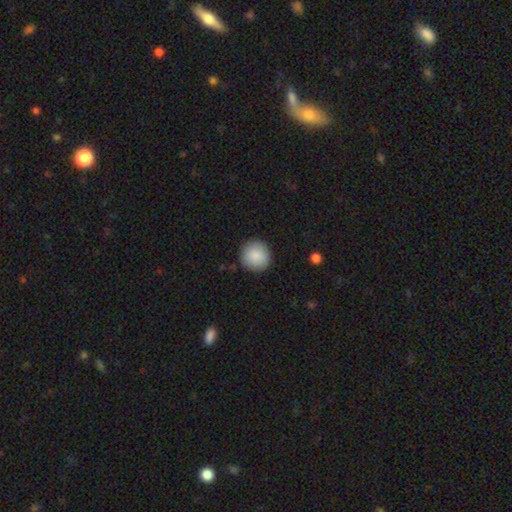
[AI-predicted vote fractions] The model was most divided on "smooth or featured": smooth: 88%, star or artifact: 7%, featured or disk: 5%. More confident: how rounded — round (94%); merging — none (90%).